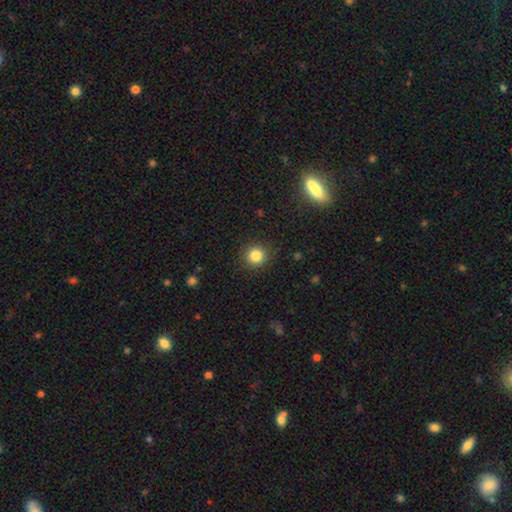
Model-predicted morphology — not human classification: Smooth or featured? smooth (83%)
How rounded? round (92%)
Merging? none (89%)